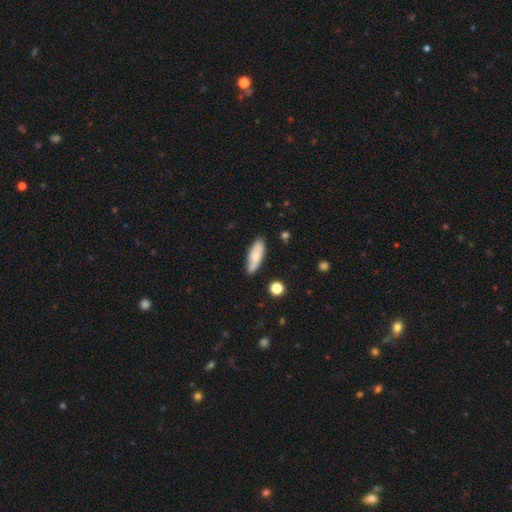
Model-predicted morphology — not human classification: Smooth or featured: smooth — 71% (featured or disk — 22%)
How rounded: in between — 60% (cigar-shaped — 38%)
Merging: none — 70% (minor disturbance — 21%)